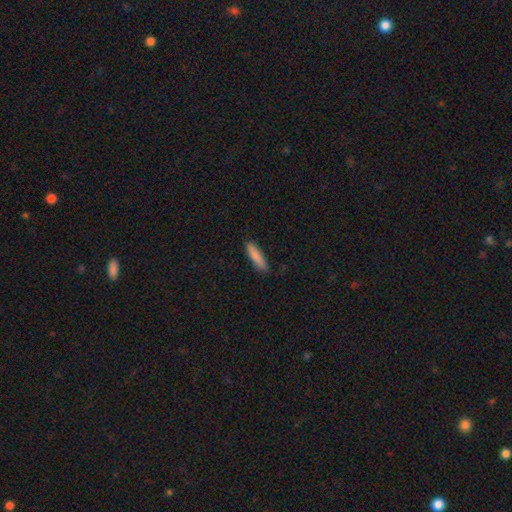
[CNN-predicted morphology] A smooth galaxy with no disk features (86%) that is cigar-shaped (77%). Merging: none (85%).